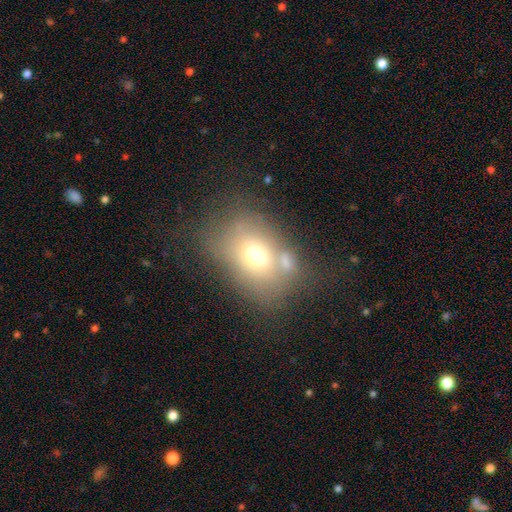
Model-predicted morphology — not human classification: Smooth or featured?
  - smooth: 65% *
  - featured or disk: 22%
  - star or artifact: 13%
How rounded?
  - in between: 64% *
  - round: 35%
  - cigar-shaped: 1%
Merging?
  - none: 42% *
  - merger: 27%
  - minor disturbance: 20%
  - major disturbance: 11%